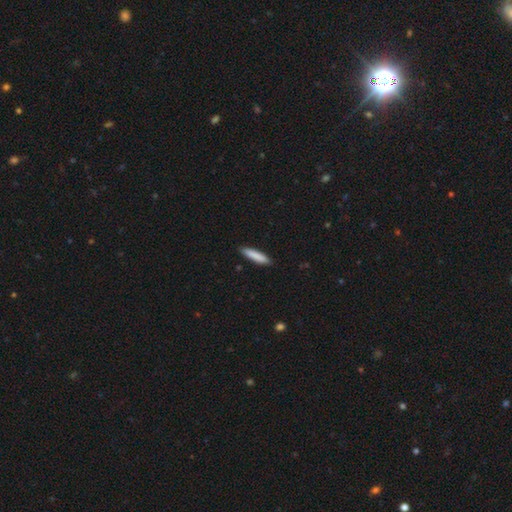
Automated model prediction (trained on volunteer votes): A smooth galaxy with no disk features (85%) that is cigar-shaped (85%). Merging: none (89%).